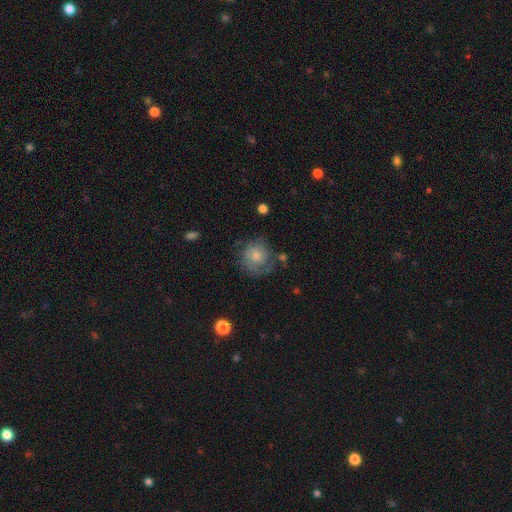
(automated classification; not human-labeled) This appears to be a smooth galaxy with no disk features (68%) that is round (87%). Merging: none (58%).